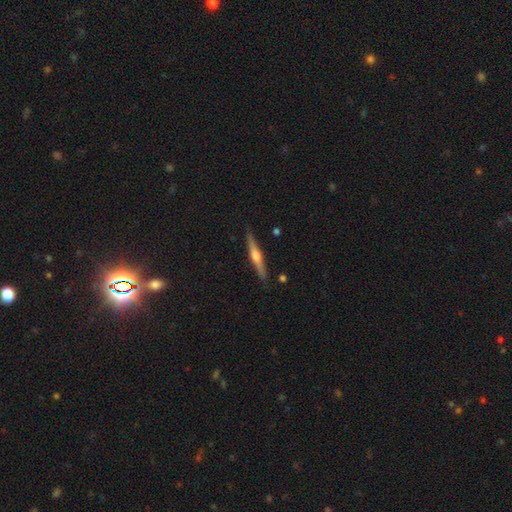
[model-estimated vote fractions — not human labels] The model was most divided on "smooth or featured": featured or disk: 66%, smooth: 28%, star or artifact: 6%. More confident: edge-on disk — yes (98%); edge-on bulge — rounded (89%); merging — none (89%).